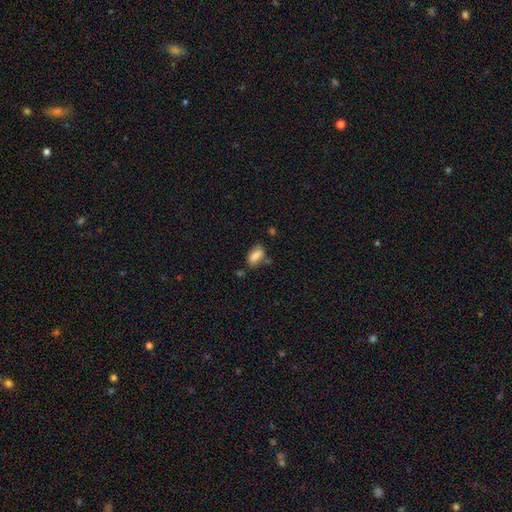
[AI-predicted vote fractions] Smooth or featured? smooth (78%)
How rounded? in between (87%)
Merging? none (60%)